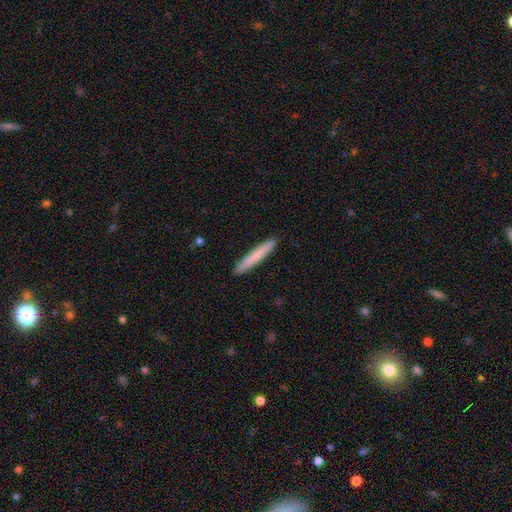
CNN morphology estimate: smooth_or_featured: smooth (p=0.76) [alt: featured or disk p=0.19]
how_rounded: cigar-shaped (p=0.96) [alt: in between p=0.03]
merging: none (p=0.92) [alt: minor disturbance p=0.06]